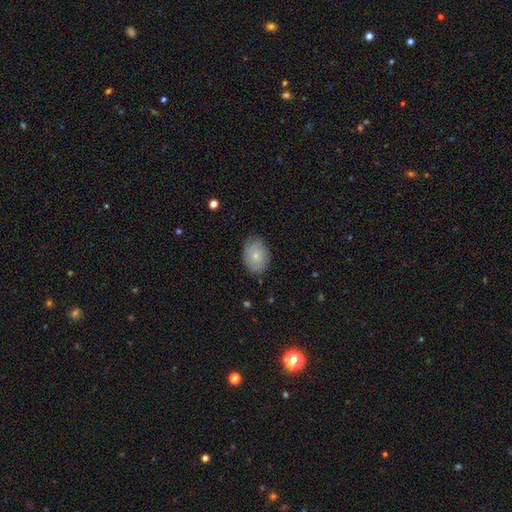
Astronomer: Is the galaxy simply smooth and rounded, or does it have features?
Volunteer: smooth — 73%.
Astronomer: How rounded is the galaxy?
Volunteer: in between — 89%.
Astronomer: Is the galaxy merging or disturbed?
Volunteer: none — 80%.